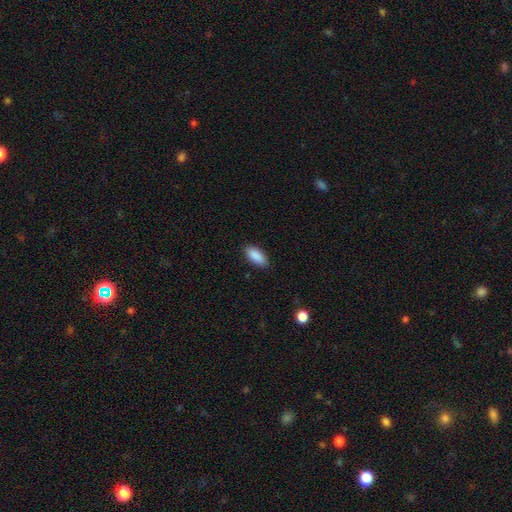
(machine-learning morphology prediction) Smooth or featured: smooth — 90% (star or artifact — 6%)
How rounded: in between — 88% (cigar-shaped — 10%)
Merging: none — 87% (minor disturbance — 10%)